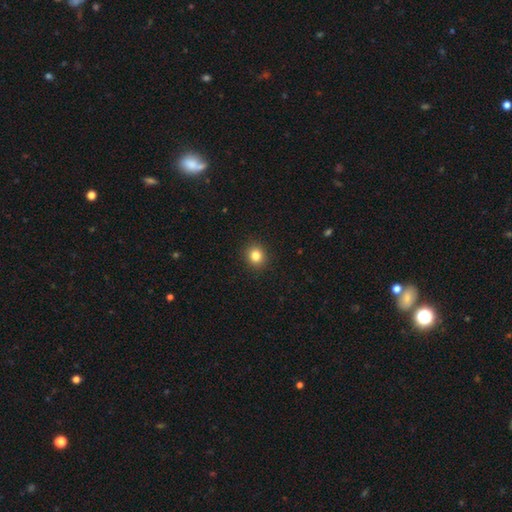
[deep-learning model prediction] A smooth galaxy with no disk features (83%) that is round (86%).

Vote fractions:
- Smooth or featured? smooth: 83% / star or artifact: 12% / featured or disk: 6%
- How rounded? round: 86% / in between: 13% / cigar-shaped: 1%
- Merging? none: 92% / minor disturbance: 5% / major disturbance: 2% / merger: 1%